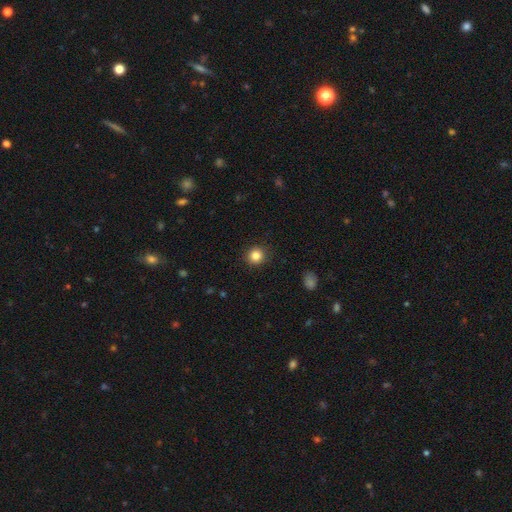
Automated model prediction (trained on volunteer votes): smooth_or_featured: smooth (p=0.84) [alt: star or artifact p=0.11]
how_rounded: round (p=0.91) [alt: in between p=0.08]
merging: none (p=0.90) [alt: minor disturbance p=0.07]